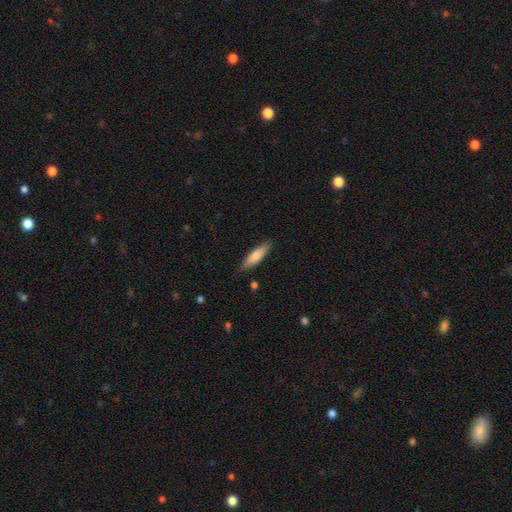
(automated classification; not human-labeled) Smooth or featured? Predicted: smooth (p=0.74). How rounded? Predicted: cigar-shaped (p=0.67). Merging? Predicted: none (p=0.86).